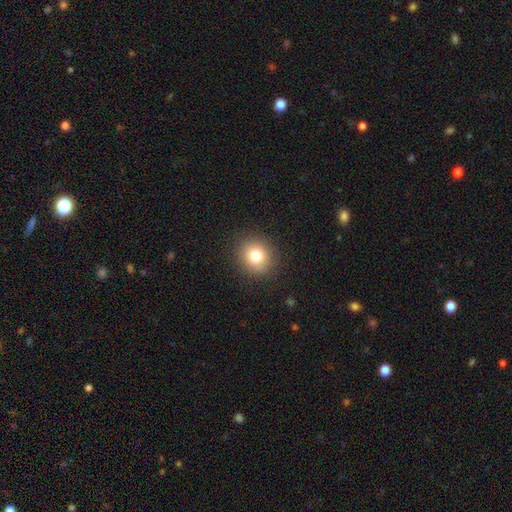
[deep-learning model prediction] Morphology: type=smooth (80%); roundness=round (83%); merging=none (89%).